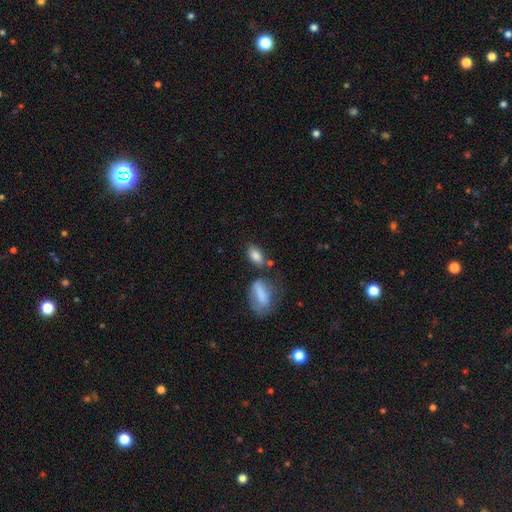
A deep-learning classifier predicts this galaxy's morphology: smooth 84%, featured or disk 8%, star or artifact 8%. Down the decision tree: how rounded — in between (89%); merging — none (66%).